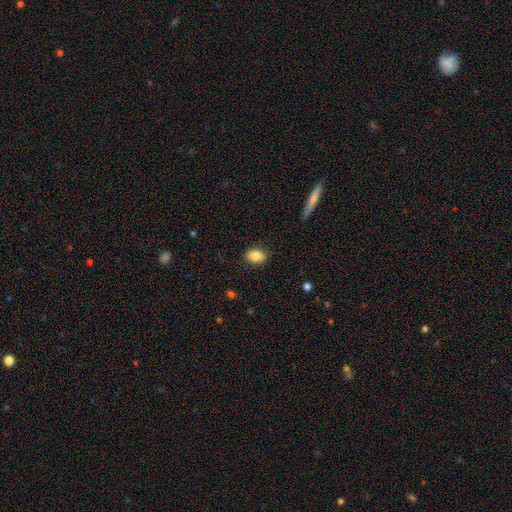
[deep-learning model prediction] smooth 85%, star or artifact 8%, featured or disk 7%. Down the decision tree: how rounded — in between (78%); merging — none (86%).